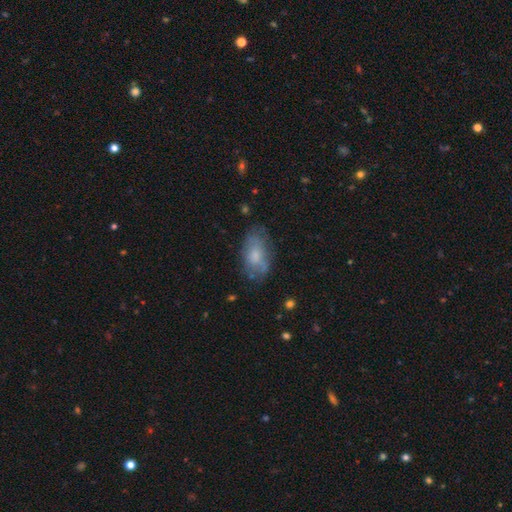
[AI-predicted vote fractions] Smooth or featured: smooth — 62% (featured or disk — 31%)
How rounded: in between — 92% (round — 5%)
Merging: none — 62% (minor disturbance — 25%)